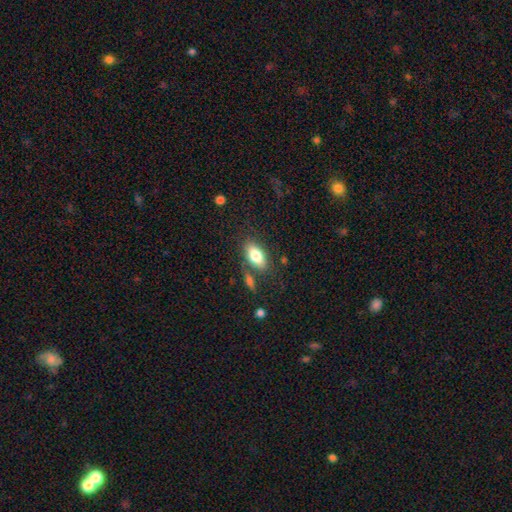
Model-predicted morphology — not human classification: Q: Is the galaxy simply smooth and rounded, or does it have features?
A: smooth — 77%.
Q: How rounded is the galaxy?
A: in between — 87%.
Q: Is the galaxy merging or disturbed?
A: none — 74%.